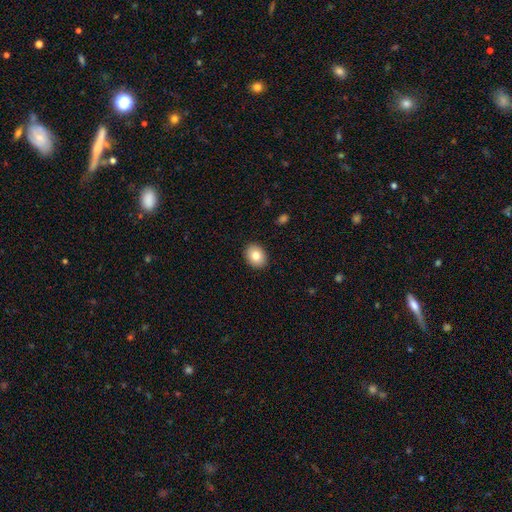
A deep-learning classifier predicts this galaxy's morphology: smooth_or_featured: smooth (p=0.82) [alt: featured or disk p=0.10]
how_rounded: in between (p=0.63) [alt: round p=0.36]
merging: none (p=0.90) [alt: minor disturbance p=0.07]